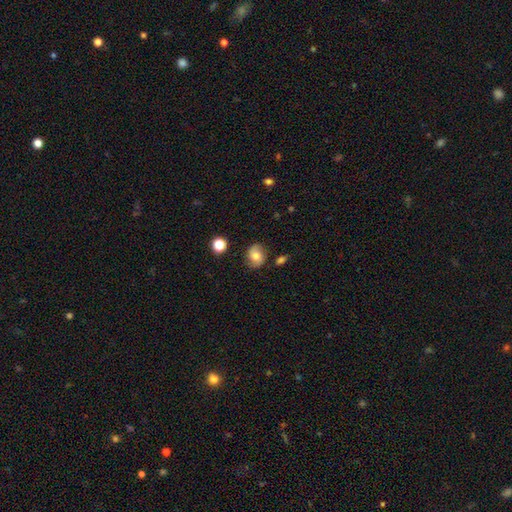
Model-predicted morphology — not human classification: Smooth or featured? smooth (58%)
How rounded? round (58%)
Merging? none (77%)